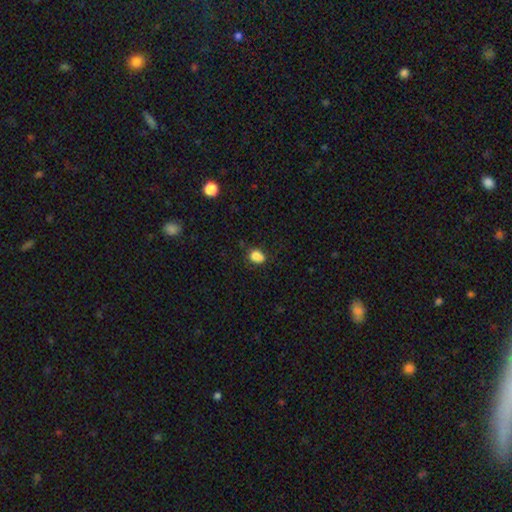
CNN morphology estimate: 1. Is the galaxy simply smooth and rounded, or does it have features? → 79% smooth, 11% star or artifact, 10% featured or disk.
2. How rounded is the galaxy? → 50% round, 49% in between, 1% cigar-shaped.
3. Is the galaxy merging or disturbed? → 47% none, 25% merger, 21% minor disturbance, 7% major disturbance.